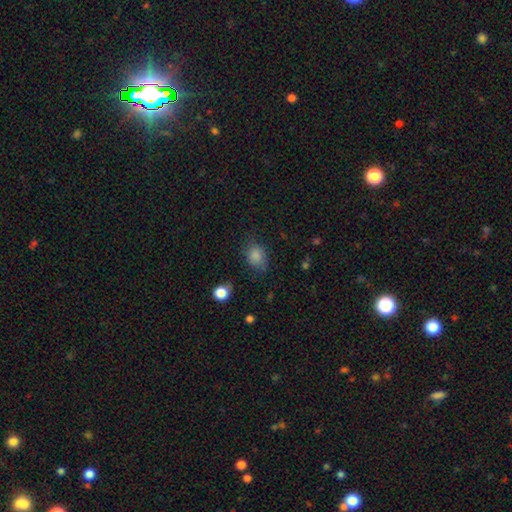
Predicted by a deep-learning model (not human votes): Morphology: type=smooth (83%); roundness=in between (60%); merging=none (66%).